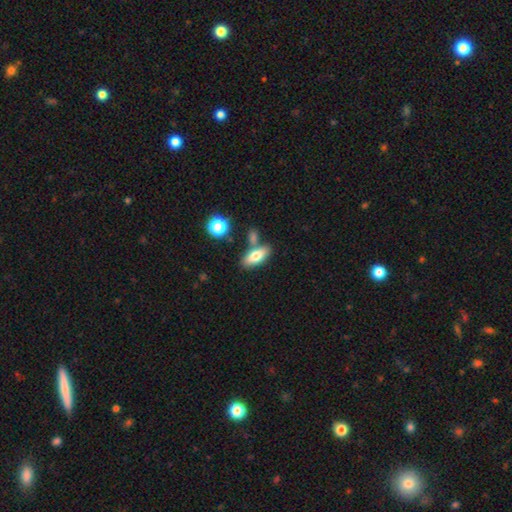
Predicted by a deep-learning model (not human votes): A smooth galaxy with no disk features (74%) that is in between round and cigar-shaped (80%). Merging: none (67%).